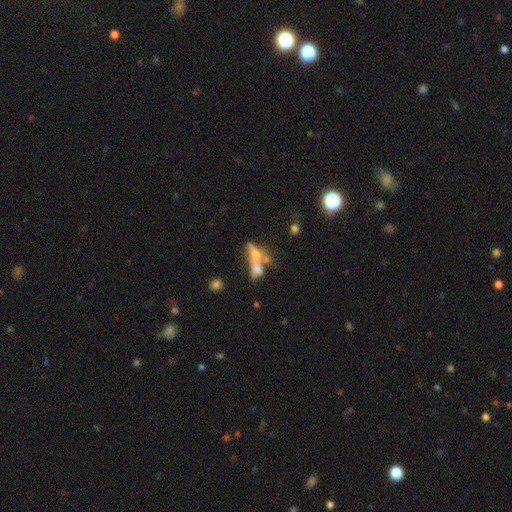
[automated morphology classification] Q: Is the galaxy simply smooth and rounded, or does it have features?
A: featured or disk — 42%.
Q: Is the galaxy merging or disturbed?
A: merger — 50%.